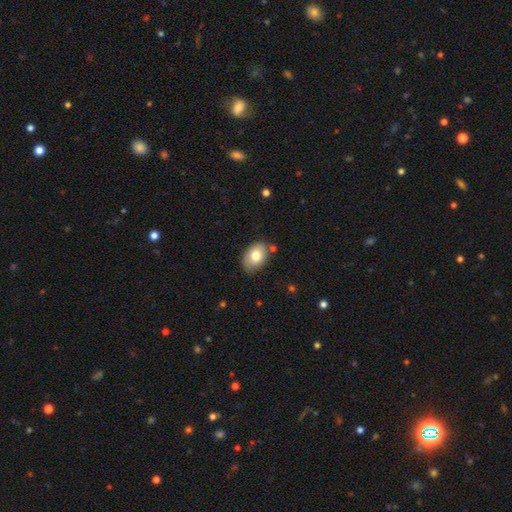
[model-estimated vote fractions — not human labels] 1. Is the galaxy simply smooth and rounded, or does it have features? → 80% smooth, 12% featured or disk, 7% star or artifact.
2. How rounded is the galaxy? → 87% in between, 12% round, 1% cigar-shaped.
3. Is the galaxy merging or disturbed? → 78% none, 15% minor disturbance, 4% merger, 3% major disturbance.